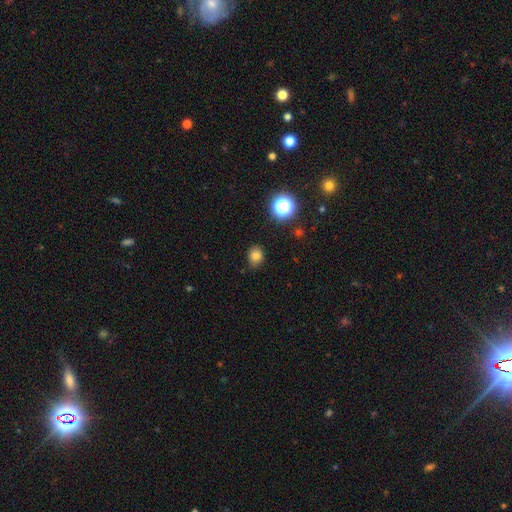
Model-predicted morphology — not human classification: This appears to be a smooth galaxy with no disk features (78%) that is round (58%). Merging: none (79%).